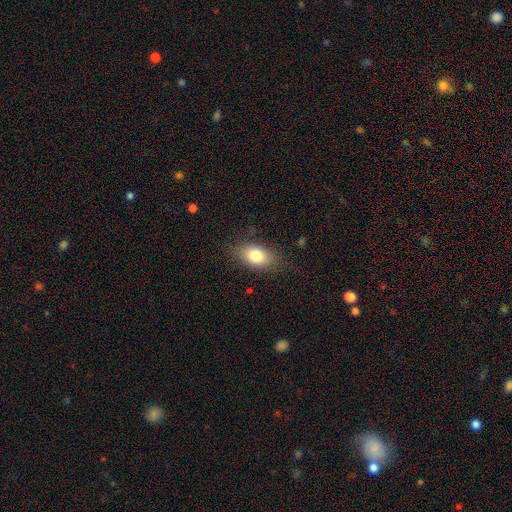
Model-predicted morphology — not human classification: Overall: smooth (80%). How rounded: in between (86%). Merging: none (81%).